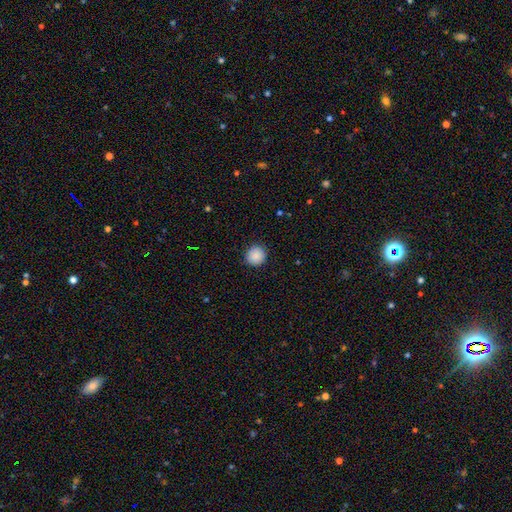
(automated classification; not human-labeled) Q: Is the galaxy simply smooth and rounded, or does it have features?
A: smooth — 89%.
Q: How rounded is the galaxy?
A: round — 92%.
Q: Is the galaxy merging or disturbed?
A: none — 91%.